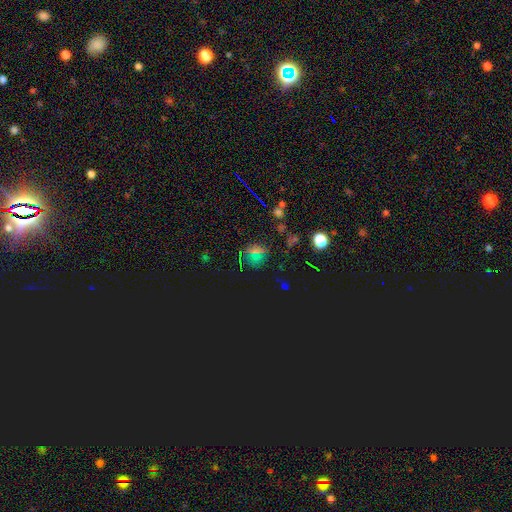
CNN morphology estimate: This is likely a star or artifact rather than a galaxy (65%).